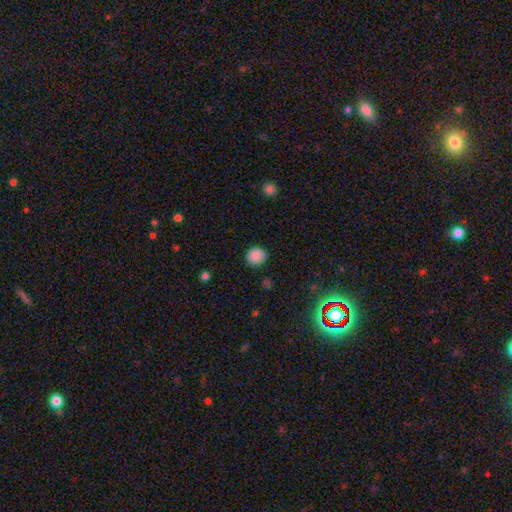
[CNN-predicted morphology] Smooth or featured: smooth — 87% (star or artifact — 10%)
How rounded: round — 88% (in between — 11%)
Merging: none — 86% (minor disturbance — 10%)